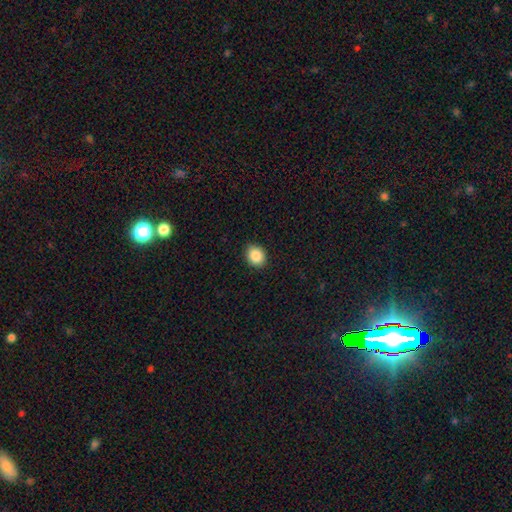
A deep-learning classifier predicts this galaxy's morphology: Overall: smooth (88%). How rounded: round (66%; in between 33%). Merging: none (90%).